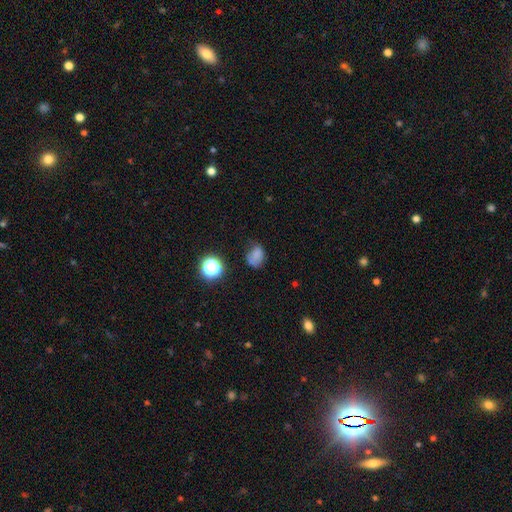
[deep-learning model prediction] This appears to be a smooth galaxy with no disk features (71%) that is in between round and cigar-shaped (54%). Merging: none (47%).